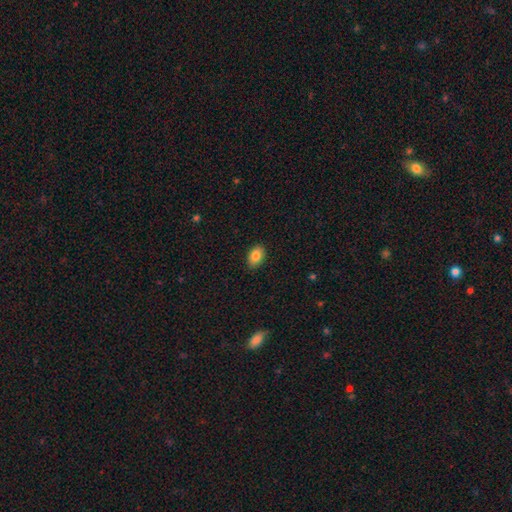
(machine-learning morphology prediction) Smooth or featured? Predicted: smooth (p=0.86). How rounded? Predicted: in between (p=0.87). Merging? Predicted: none (p=0.89).